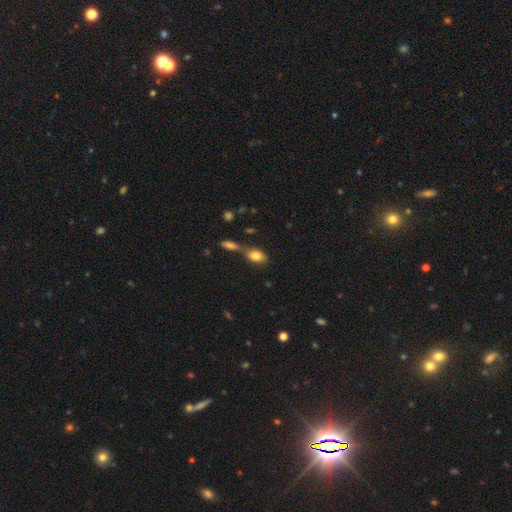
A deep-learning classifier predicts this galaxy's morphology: Smooth or featured: smooth — 81% (featured or disk — 11%)
How rounded: in between — 84% (round — 12%)
Merging: none — 46% (merger — 36%)